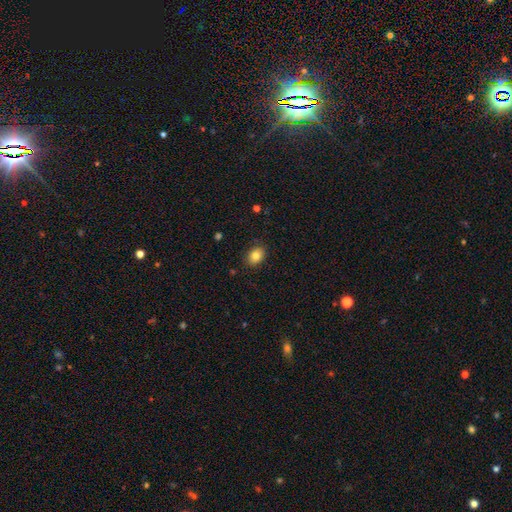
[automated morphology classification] This is clearly a smooth galaxy (82%). How rounded: likely in between (68%). Merging: clearly none (87%).